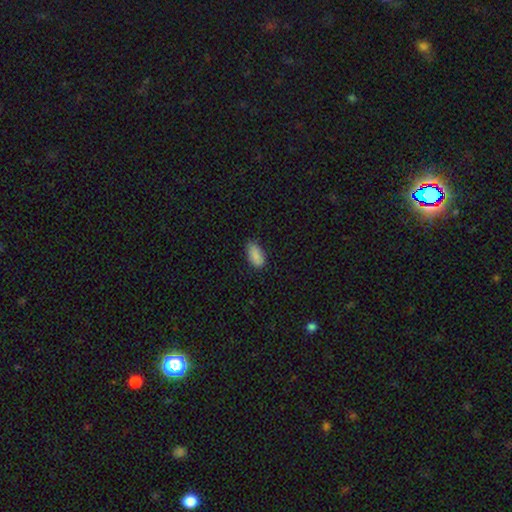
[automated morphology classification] Smooth or featured: smooth — 88% (star or artifact — 7%)
How rounded: in between — 93% (cigar-shaped — 4%)
Merging: none — 76% (minor disturbance — 20%)